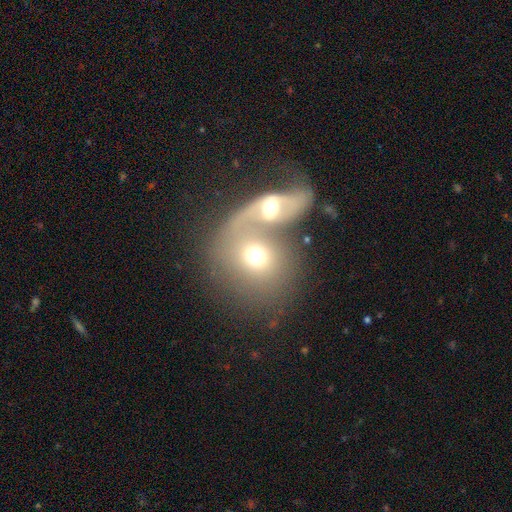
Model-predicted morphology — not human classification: smooth-or-featured: smooth: 56% | featured or disk: 36% | star or artifact: 8%
  how-rounded: round: 61% | in between: 38% | cigar-shaped: 1%
  merging: merger: 70% | none: 18% | major disturbance: 7% | minor disturbance: 6%